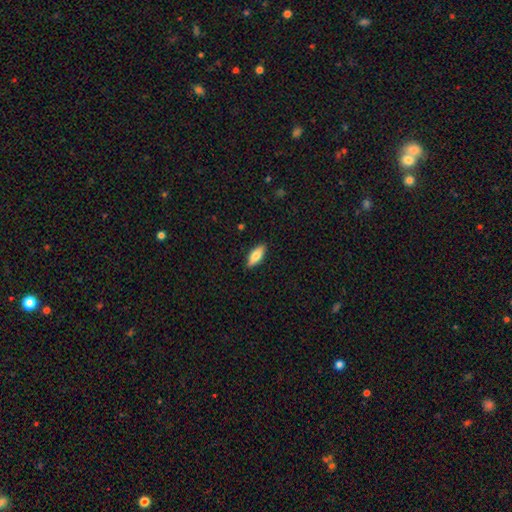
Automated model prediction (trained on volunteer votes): Smooth or featured? smooth (77%)
How rounded? in between (68%)
Merging? none (89%)